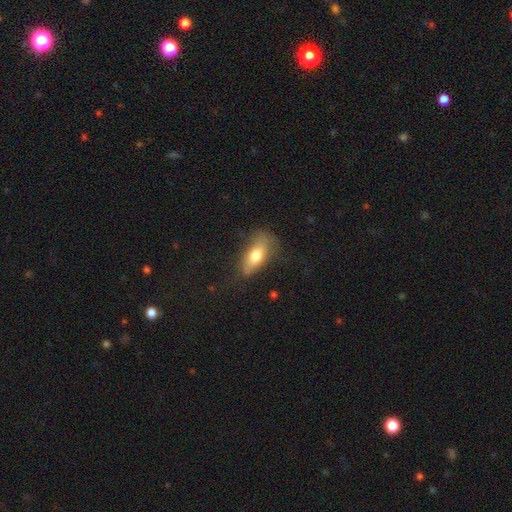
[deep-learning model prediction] Overall: smooth (70%). How rounded: in between (78%). Merging: none (58%; minor disturbance 28%).